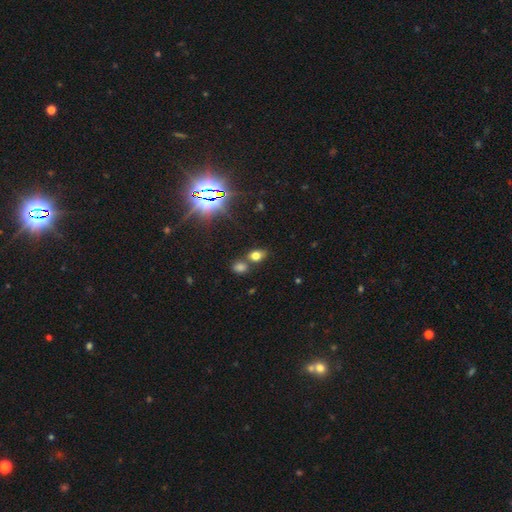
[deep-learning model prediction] This is likely a smooth galaxy (68%). How rounded: likely in between (70%). Merging: likely none (60%).